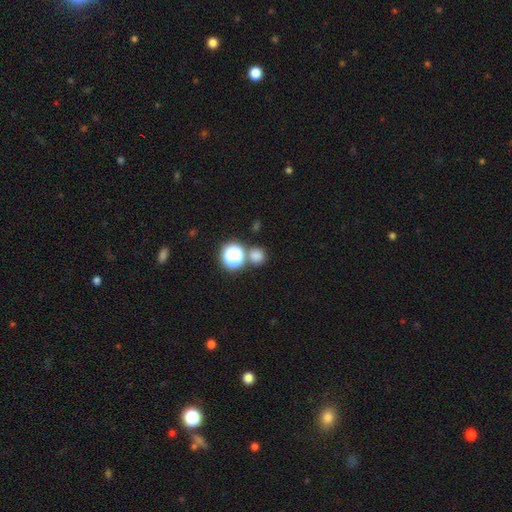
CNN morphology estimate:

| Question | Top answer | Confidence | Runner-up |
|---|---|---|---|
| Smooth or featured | smooth | 72% | star or artifact (23%) |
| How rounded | round | 89% | in between (10%) |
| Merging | none | 72% | merger (17%) |